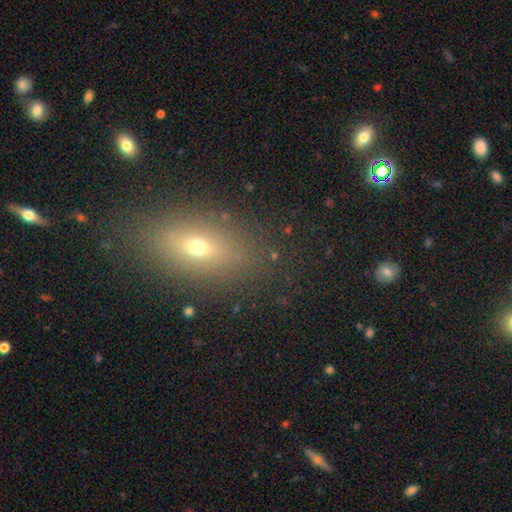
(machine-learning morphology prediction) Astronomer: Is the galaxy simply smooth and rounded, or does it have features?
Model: smooth — 58%.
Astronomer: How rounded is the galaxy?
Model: in between — 74%.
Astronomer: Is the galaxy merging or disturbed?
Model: none — 86%.